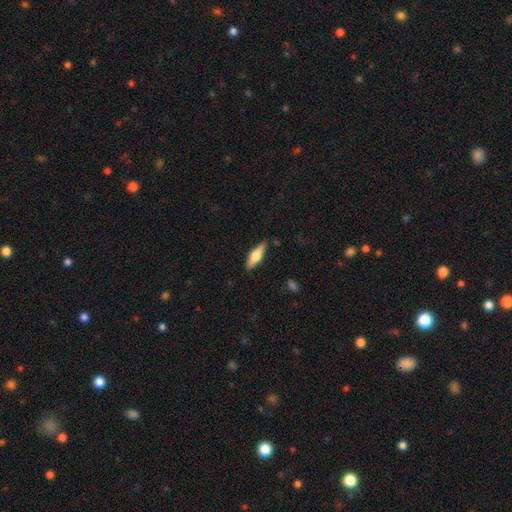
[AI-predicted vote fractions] smooth_or_featured: smooth (p=0.50) [alt: featured or disk p=0.44]
how_rounded: cigar-shaped (p=0.51) [alt: in between p=0.47]
merging: none (p=0.86) [alt: minor disturbance p=0.10]